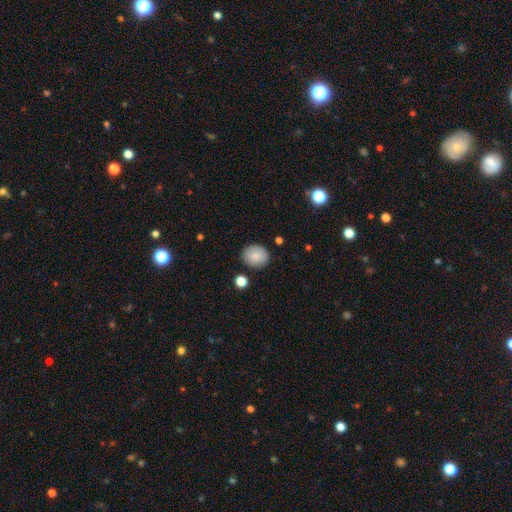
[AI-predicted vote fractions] The model was most divided on "how rounded": round: 64%, in between: 35%, cigar-shaped: 1%. More confident: smooth or featured — smooth (87%); merging — none (86%).